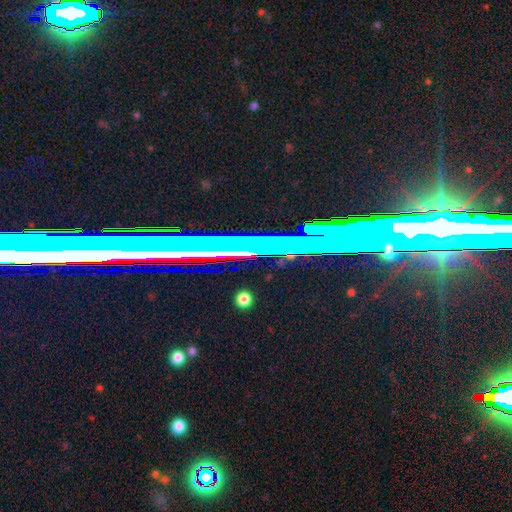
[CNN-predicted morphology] A star or artifact, not a galaxy (70%).